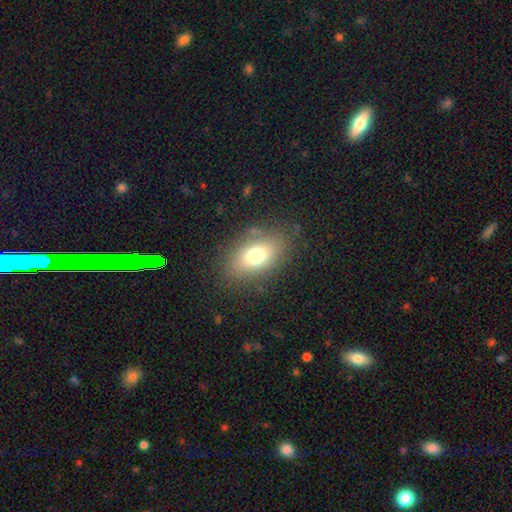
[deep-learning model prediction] A smooth galaxy with no disk features (71%) that is in between round and cigar-shaped (84%).

Vote fractions:
- Smooth or featured? smooth: 71% / featured or disk: 17% / star or artifact: 12%
- How rounded? in between: 84% / round: 14% / cigar-shaped: 2%
- Merging? none: 79% / minor disturbance: 13% / major disturbance: 6% / merger: 2%